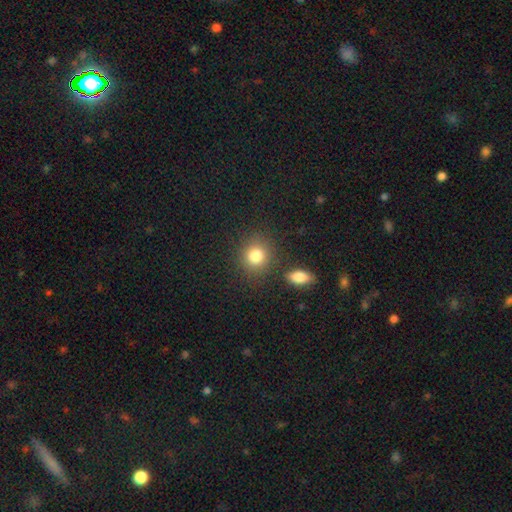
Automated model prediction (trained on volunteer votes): A smooth galaxy with no disk features (82%) that is round (79%). Merging: none (80%).